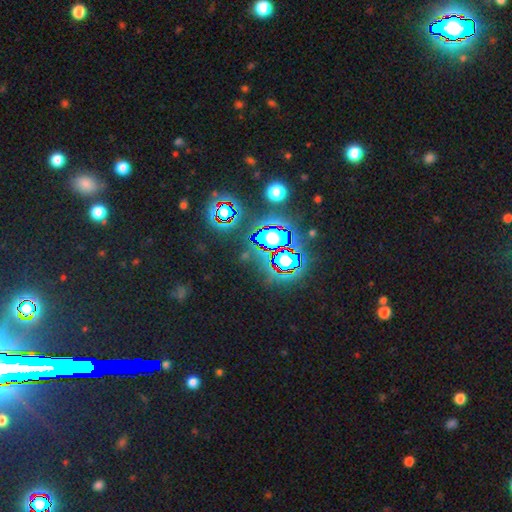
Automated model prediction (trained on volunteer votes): Q: Smooth or featured?
A: star or artifact (83%); runner-up: smooth (9%)